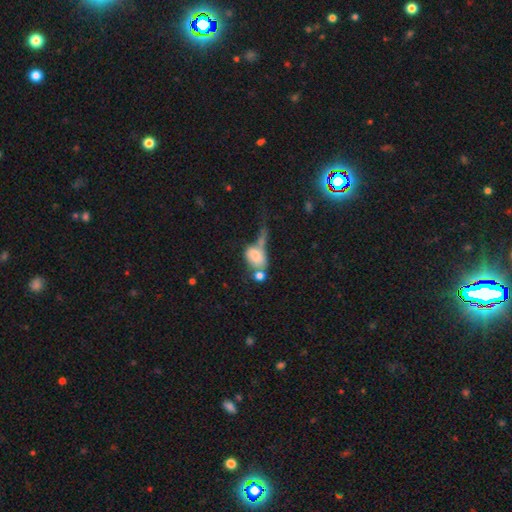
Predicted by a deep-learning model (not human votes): Smooth or featured: smooth — 63% (featured or disk — 27%)
How rounded: in between — 78% (round — 20%)
Merging: merger — 43% (major disturbance — 30%)